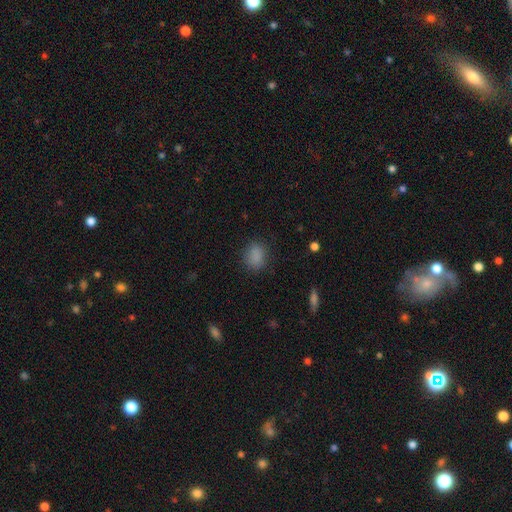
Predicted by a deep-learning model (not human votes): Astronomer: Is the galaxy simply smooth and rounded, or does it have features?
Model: smooth — 85%.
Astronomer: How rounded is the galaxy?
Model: in between — 54% (runner-up: round, 44%).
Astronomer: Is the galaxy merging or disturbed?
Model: none — 83%.